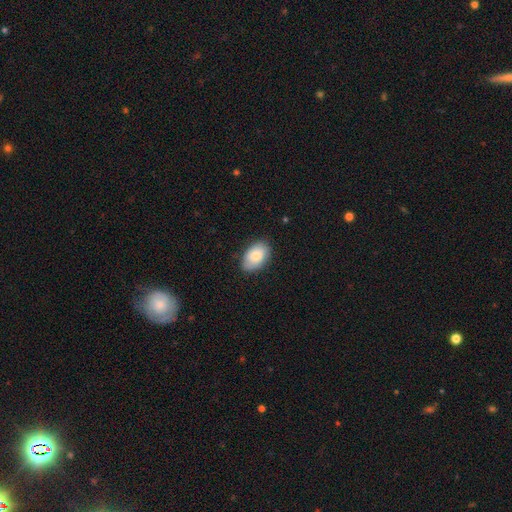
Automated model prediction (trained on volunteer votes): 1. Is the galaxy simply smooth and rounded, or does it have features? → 79% smooth, 15% featured or disk, 6% star or artifact.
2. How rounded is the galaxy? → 91% in between, 8% round, 1% cigar-shaped.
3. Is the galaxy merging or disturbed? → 80% none, 16% minor disturbance, 3% major disturbance, 1% merger.